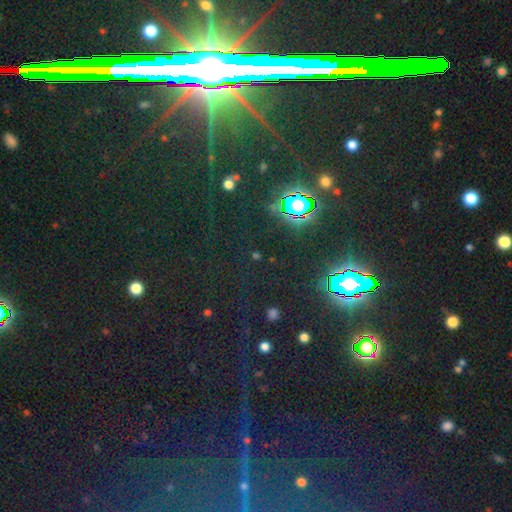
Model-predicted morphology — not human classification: Overall: star or artifact (78%).